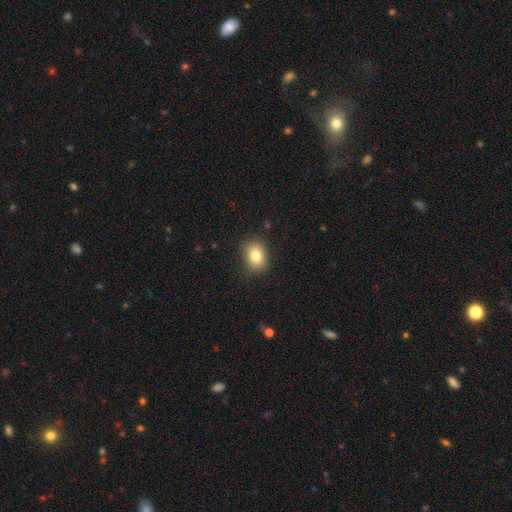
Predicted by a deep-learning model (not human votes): This is clearly a smooth galaxy (81%). How rounded: likely in between (62%). Merging: clearly none (82%).